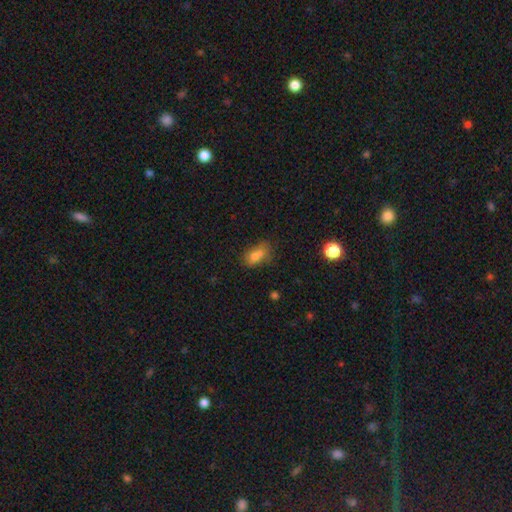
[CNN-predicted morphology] Smooth or featured? smooth (71%)
How rounded? in between (76%)
Merging? none (39%)